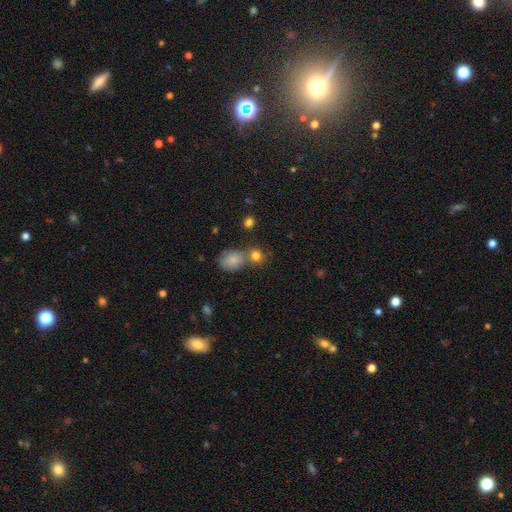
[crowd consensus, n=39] Volunteers were most divided on "merging": none: 64%, merger: 31%, minor disturbance: 3%, major disturbance: 3%. More confident: how rounded — round (97%); smooth or featured — smooth (90%).